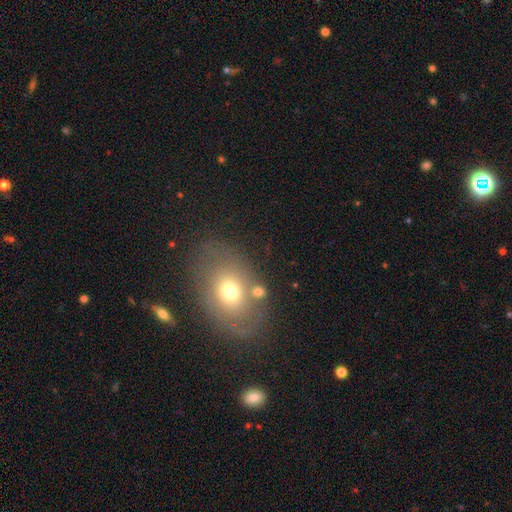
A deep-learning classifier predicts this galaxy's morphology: This appears to be a smooth galaxy with no disk features (52%) that is in between round and cigar-shaped (75%). Merging: none (76%).